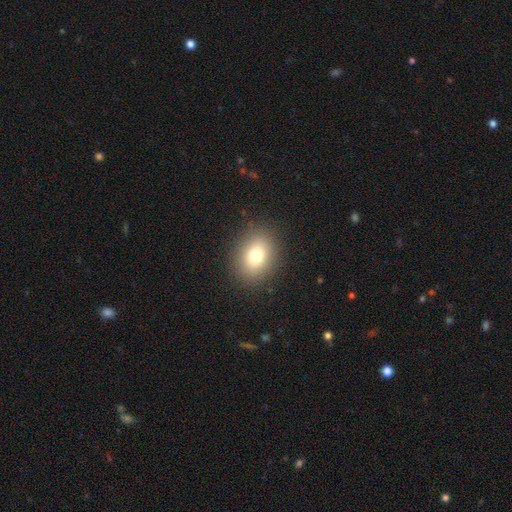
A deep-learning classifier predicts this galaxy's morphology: smooth-or-featured: smooth: 78% | star or artifact: 12% | featured or disk: 11%
  how-rounded: in between: 56% | round: 43% | cigar-shaped: 1%
  merging: none: 87% | minor disturbance: 8% | major disturbance: 3% | merger: 1%